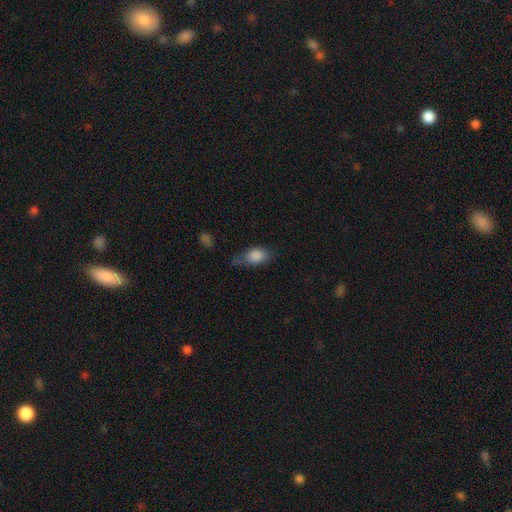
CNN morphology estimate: Q: Smooth or featured?
A: smooth (83%); runner-up: featured or disk (9%)
Q: How rounded?
A: in between (80%); runner-up: round (15%)
Q: Merging?
A: none (41%); runner-up: minor disturbance (37%)